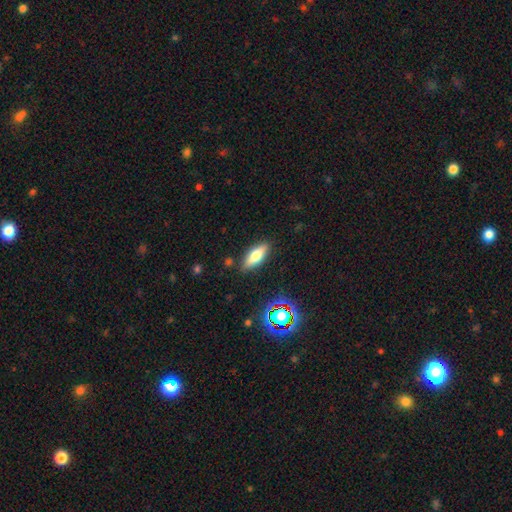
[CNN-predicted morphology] smooth_or_featured: smooth (p=0.62) [alt: featured or disk p=0.29]
how_rounded: in between (p=0.61) [alt: cigar-shaped p=0.37]
merging: none (p=0.86) [alt: minor disturbance p=0.10]